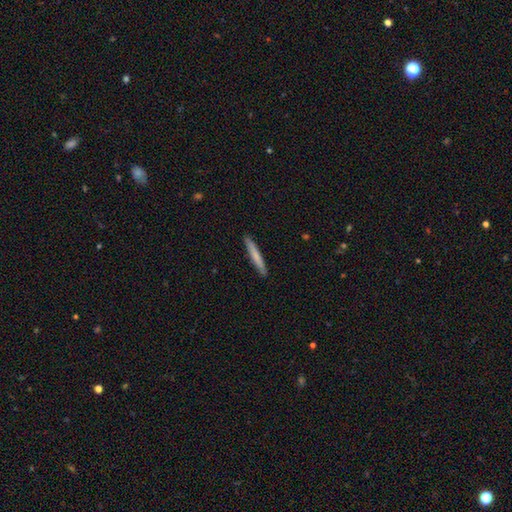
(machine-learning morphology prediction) Q: Smooth or featured?
A: smooth (69%); runner-up: featured or disk (25%)
Q: How rounded?
A: cigar-shaped (96%); runner-up: in between (3%)
Q: Merging?
A: none (91%); runner-up: minor disturbance (6%)